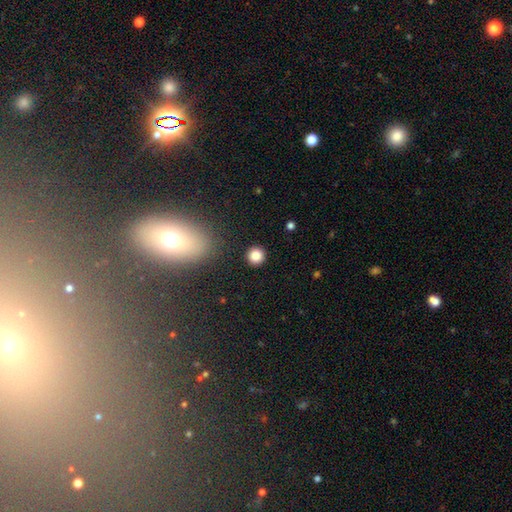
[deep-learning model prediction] This appears to be a smooth galaxy with no disk features (84%) that is round (94%). Merging: none (92%).